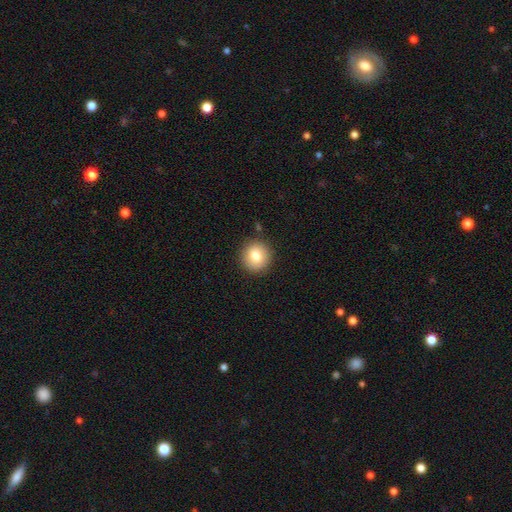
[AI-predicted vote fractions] Overall: smooth (80%). How rounded: round (91%). Merging: none (90%).